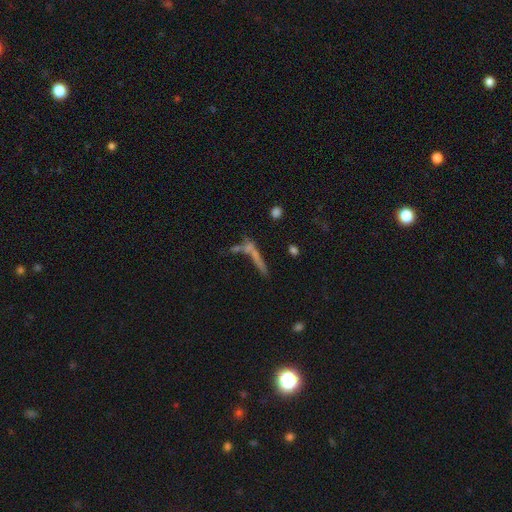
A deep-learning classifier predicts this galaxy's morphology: Smooth or featured? smooth (44%)
Merging? none (53%)